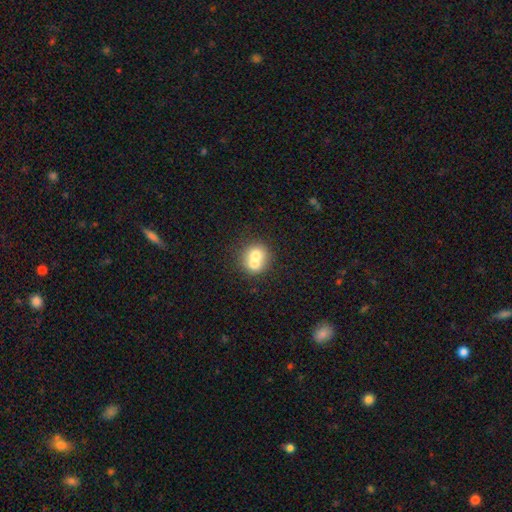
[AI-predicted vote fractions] smooth-or-featured: smooth: 67% | featured or disk: 23% | star or artifact: 9%
  how-rounded: round: 82% | in between: 17% | cigar-shaped: 1%
  merging: merger: 62% | none: 30% | minor disturbance: 6% | major disturbance: 2%